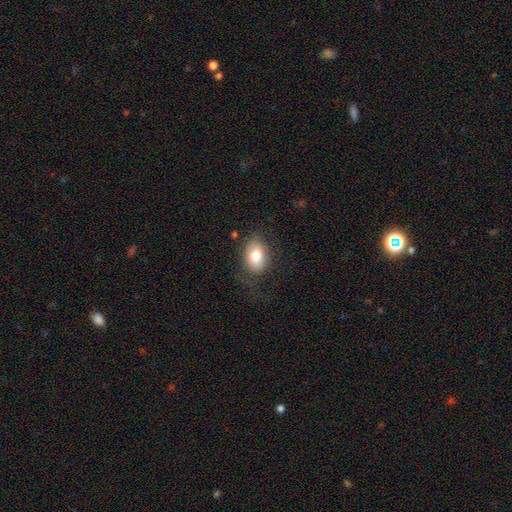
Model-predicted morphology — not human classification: This is likely a smooth galaxy (78%). How rounded: clearly in between (81%). Merging: likely none (68%).